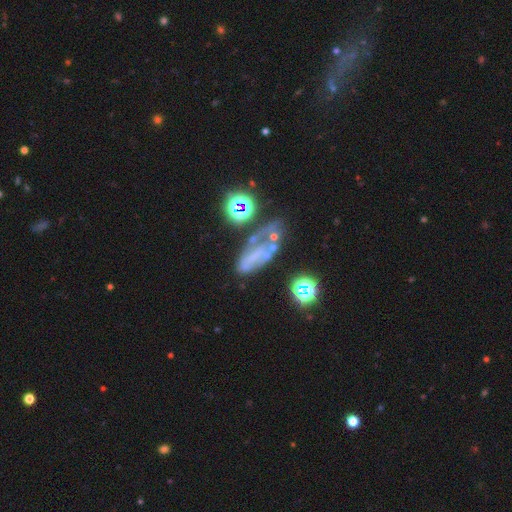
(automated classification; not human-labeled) Overall: featured or disk (43%; star or artifact 28%). Merging: none (33%; major disturbance 29%).